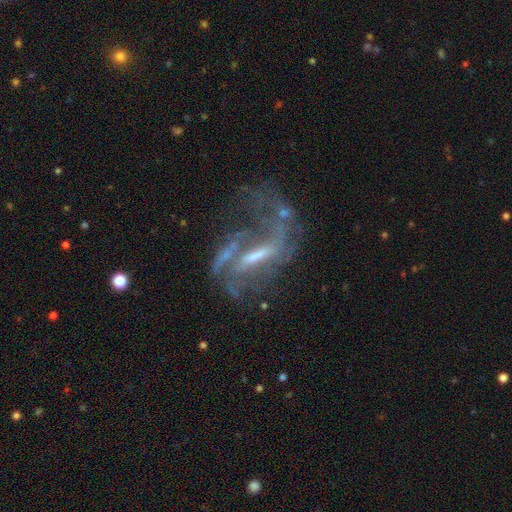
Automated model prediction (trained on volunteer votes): A featured or disk galaxy (81%) with a strong bar (57%), 2 (55%) loose (52%) spiral arms (81%) and a small central bulge (38%).

Vote fractions:
- Smooth or featured? featured or disk: 81% / star or artifact: 10% / smooth: 9%
- Edge-on disk? no: 88% / yes: 12%
- Bar? strong: 57% / weak: 30% / no: 13%
- Spiral arms? yes: 81% / no: 19%
- Spiral winding? loose: 52% / medium: 34% / tight: 14%
- Spiral arm count? 2: 55% / can't tell: 21% / 1: 9% / 3: 8% / 4: 4% / more than 4: 3%
- Bulge size? small: 38% / moderate: 34% / none: 22% / large: 5% / dominant: 2%
- Merging? major disturbance: 37% (tied) / none: 37% (tied) / minor disturbance: 17% / merger: 9%